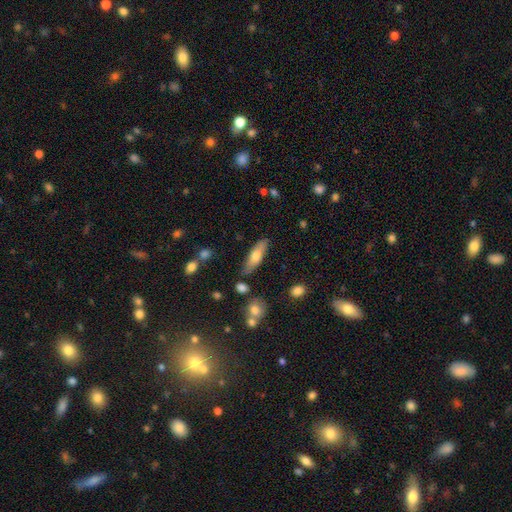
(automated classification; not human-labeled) A smooth galaxy with no disk features (66%) that is cigar-shaped (52%). Merging: none (80%).